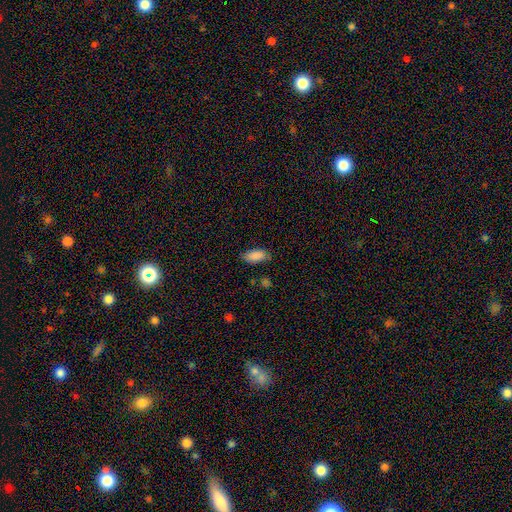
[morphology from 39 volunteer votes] type=smooth (87%); roundness=in between (97%); merging=none (78%).